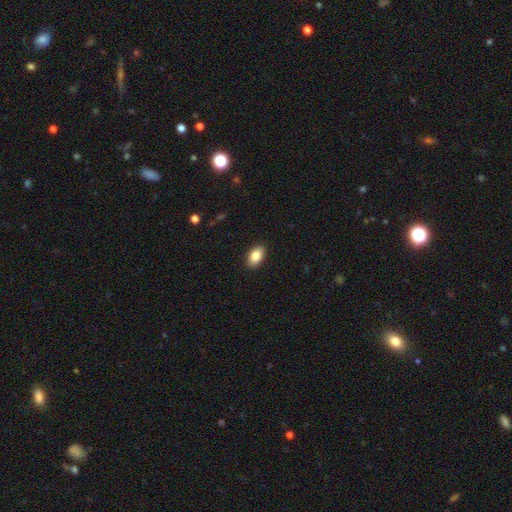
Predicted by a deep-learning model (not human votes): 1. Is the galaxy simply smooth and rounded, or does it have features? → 85% smooth, 7% star or artifact, 7% featured or disk.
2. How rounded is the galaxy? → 91% in between, 7% round, 2% cigar-shaped.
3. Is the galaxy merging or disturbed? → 90% none, 7% minor disturbance, 2% major disturbance, 1% merger.